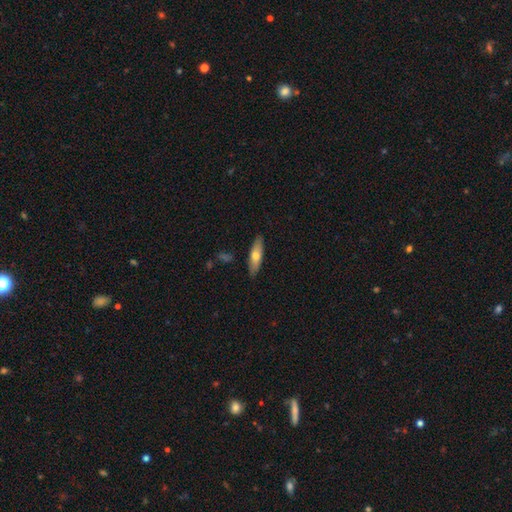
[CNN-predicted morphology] Smooth or featured?
  - smooth: 63% *
  - featured or disk: 31%
  - star or artifact: 6%
How rounded?
  - cigar-shaped: 52% *
  - in between: 46%
  - round: 2%
Merging?
  - none: 86% *
  - minor disturbance: 10%
  - major disturbance: 2%
  - merger: 2%